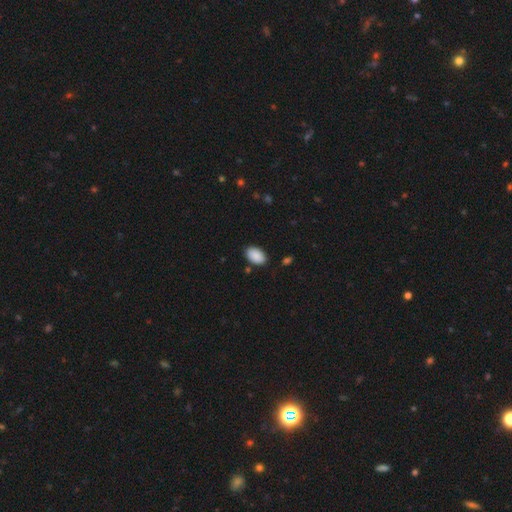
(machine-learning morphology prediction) This appears to be a smooth galaxy with no disk features (90%) that is in between round and cigar-shaped (93%). Merging: none (86%).